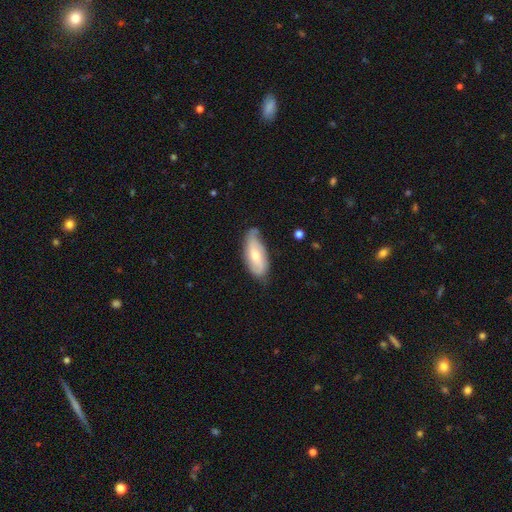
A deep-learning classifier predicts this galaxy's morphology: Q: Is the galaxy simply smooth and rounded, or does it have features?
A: featured or disk — 49%.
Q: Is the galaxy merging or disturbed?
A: none — 56%.